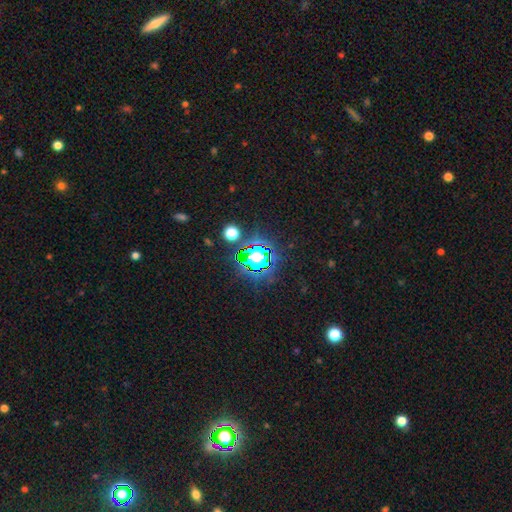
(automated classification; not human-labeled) Q: Smooth or featured?
A: star or artifact (81%); runner-up: smooth (12%)